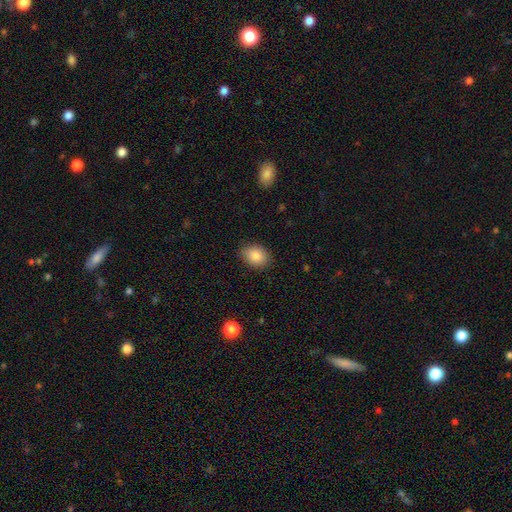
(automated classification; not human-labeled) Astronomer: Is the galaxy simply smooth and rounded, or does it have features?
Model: smooth — 87%.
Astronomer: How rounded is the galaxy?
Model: in between — 64%.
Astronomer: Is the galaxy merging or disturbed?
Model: none — 86%.